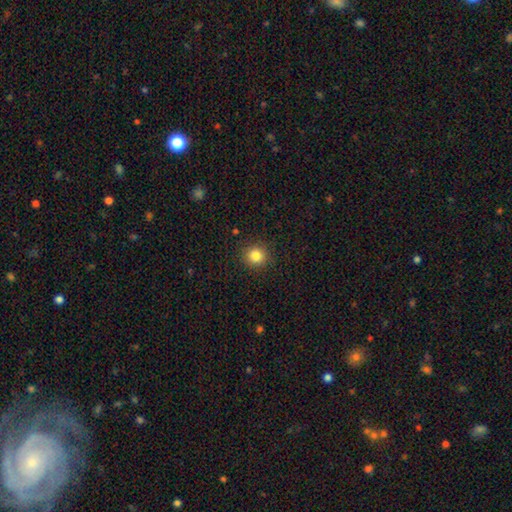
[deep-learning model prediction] Morphology: type=smooth (83%); roundness=round (90%); merging=none (90%).